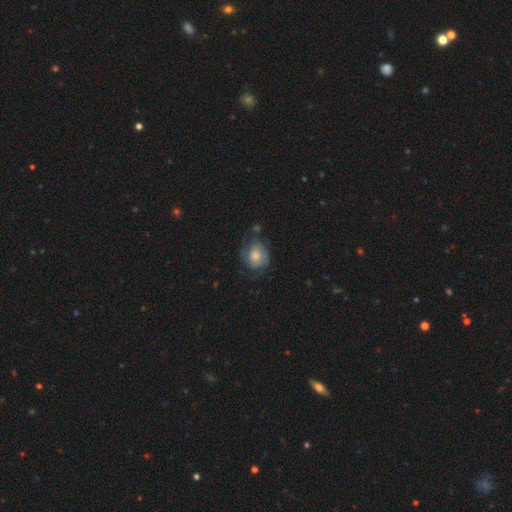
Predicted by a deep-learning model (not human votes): Smooth or featured: smooth — 49% (featured or disk — 43%)
Merging: none — 50% (minor disturbance — 28%)